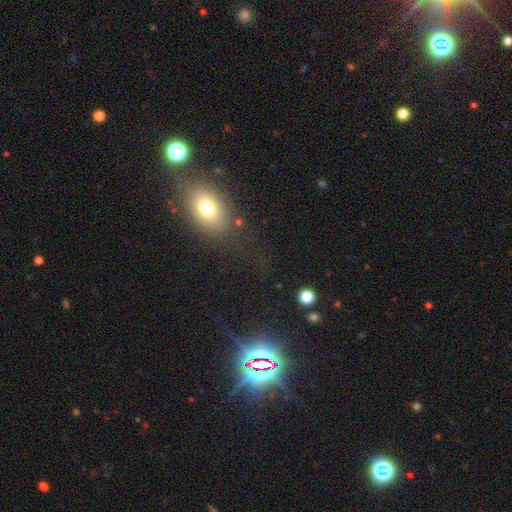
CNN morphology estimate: Overall: smooth (49%; star or artifact 38%). Merging: none (71%).